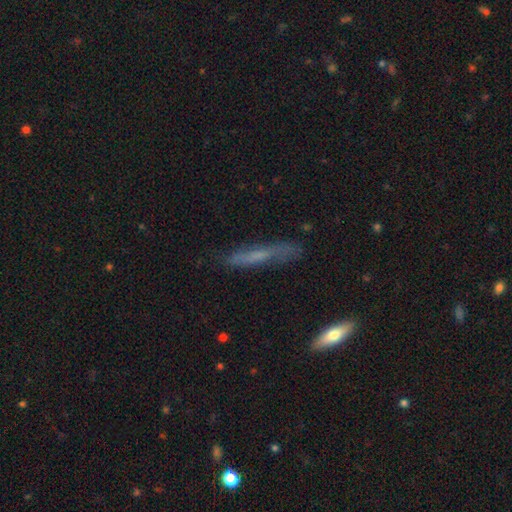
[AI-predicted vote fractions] A smooth galaxy with no disk features (46%).

Vote fractions:
- Smooth or featured? smooth: 46% / featured or disk: 44% / star or artifact: 10%
- Merging? none: 72% / minor disturbance: 20% / major disturbance: 6% / merger: 2%